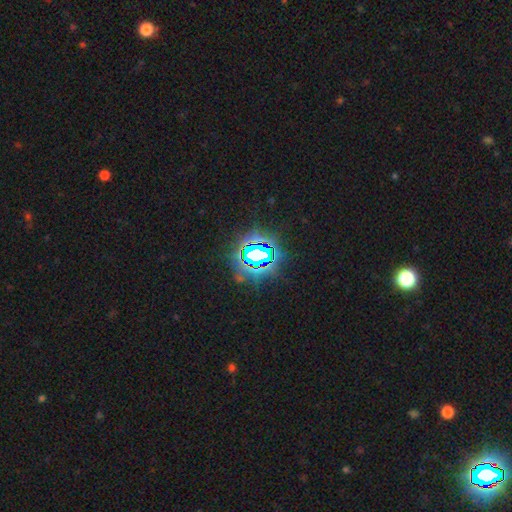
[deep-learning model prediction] smooth_or_featured: star or artifact (p=0.76) [alt: smooth p=0.13]